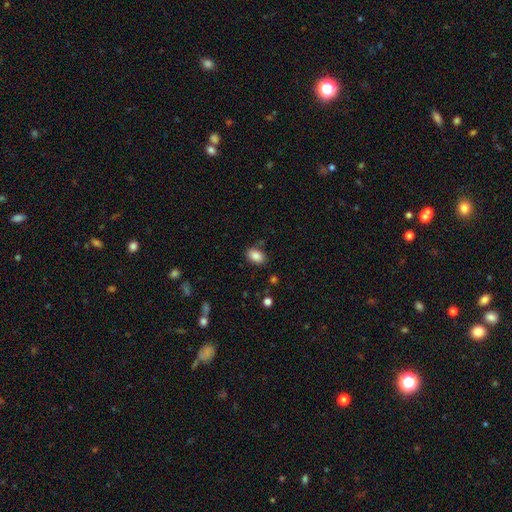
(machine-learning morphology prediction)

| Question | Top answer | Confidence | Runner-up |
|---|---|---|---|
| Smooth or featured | smooth | 86% | star or artifact (8%) |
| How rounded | in between | 86% | round (13%) |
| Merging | none | 83% | minor disturbance (12%) |